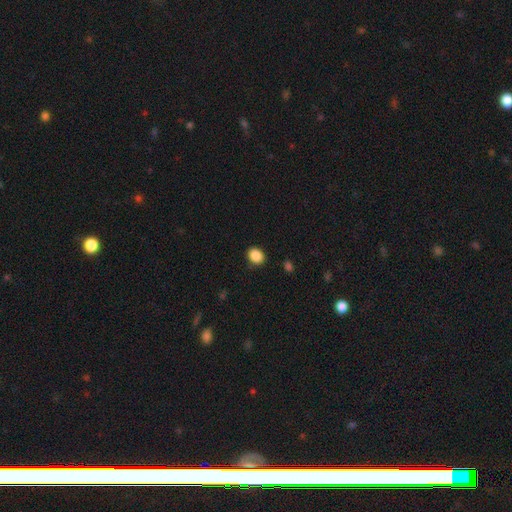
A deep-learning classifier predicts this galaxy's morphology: Smooth or featured? smooth (88%)
How rounded? round (51%)
Merging? none (88%)